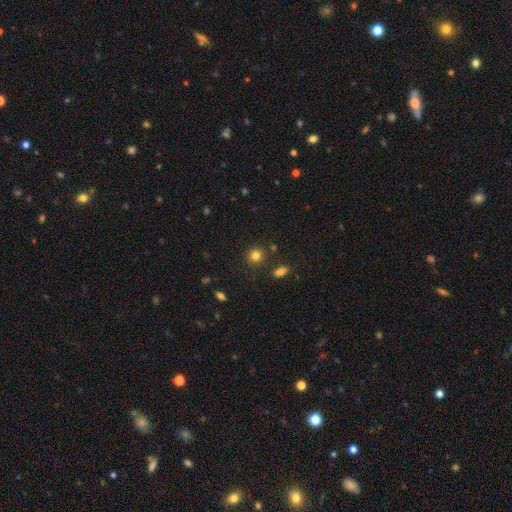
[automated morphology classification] This appears to be a smooth galaxy with no disk features (81%) that is round (88%). Merging: none (86%).